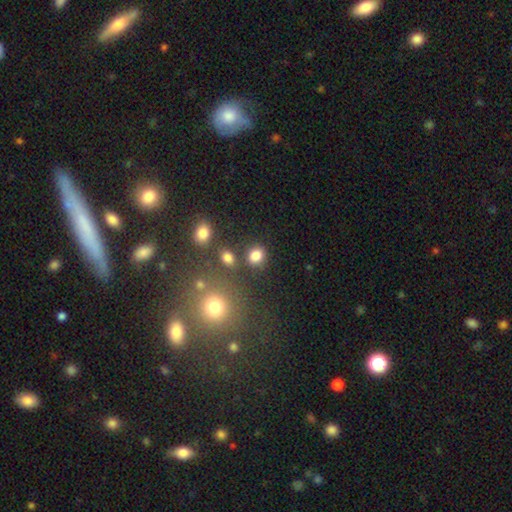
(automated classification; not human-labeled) Smooth or featured? smooth (82%)
How rounded? round (71%)
Merging? none (76%)